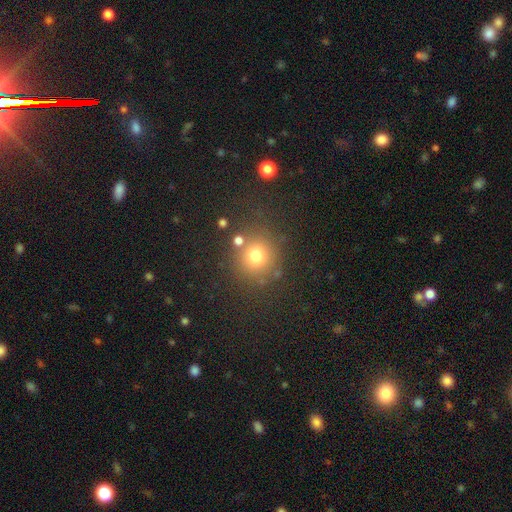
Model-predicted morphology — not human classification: smooth 74%, star or artifact 18%, featured or disk 9%. Down the decision tree: how rounded — round (90%); merging — none (78%).